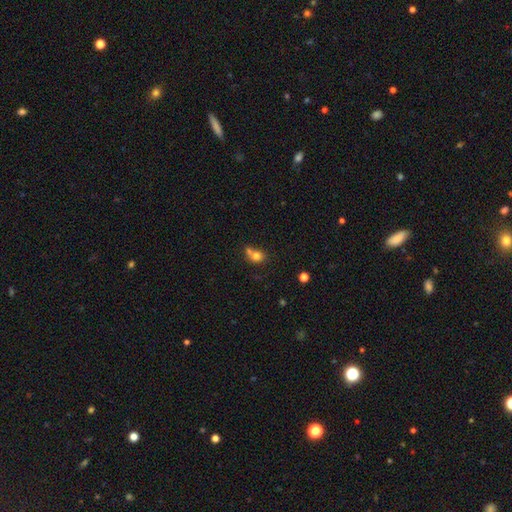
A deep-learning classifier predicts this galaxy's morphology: A smooth galaxy with no disk features (76%) that is round (65%).

Vote fractions:
- Smooth or featured? smooth: 76% / featured or disk: 13% / star or artifact: 12%
- How rounded? round: 65% / in between: 34% / cigar-shaped: 1%
- Merging? merger: 49% / none: 35% / minor disturbance: 11% / major disturbance: 5%